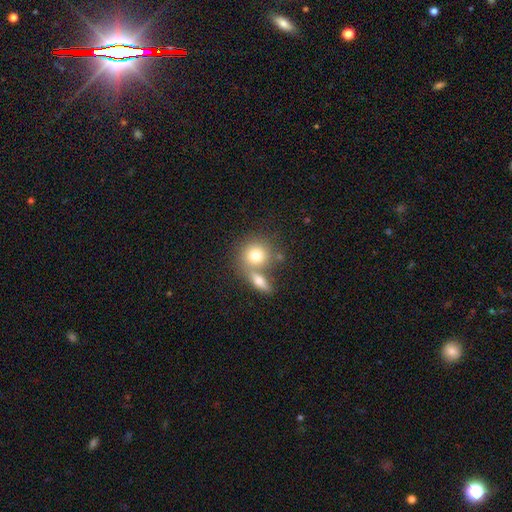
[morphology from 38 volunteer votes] smooth 82%, featured or disk 18%, star or artifact 0%. Down the decision tree: how rounded — round (74%); merging — merger (53%).